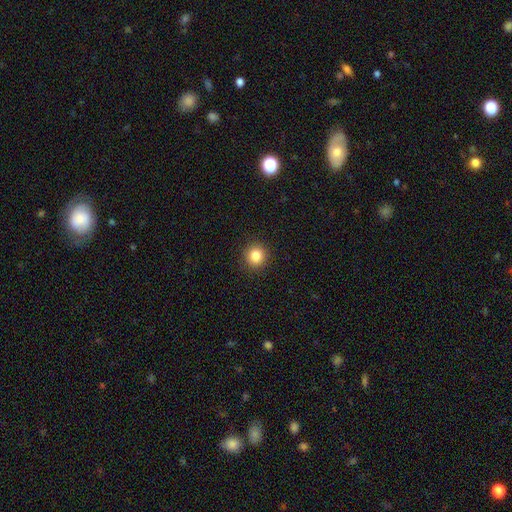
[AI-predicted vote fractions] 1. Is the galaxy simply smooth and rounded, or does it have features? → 84% smooth, 11% star or artifact, 5% featured or disk.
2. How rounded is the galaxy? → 92% round, 7% in between, 1% cigar-shaped.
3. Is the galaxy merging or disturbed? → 92% none, 5% minor disturbance, 2% major disturbance, 1% merger.